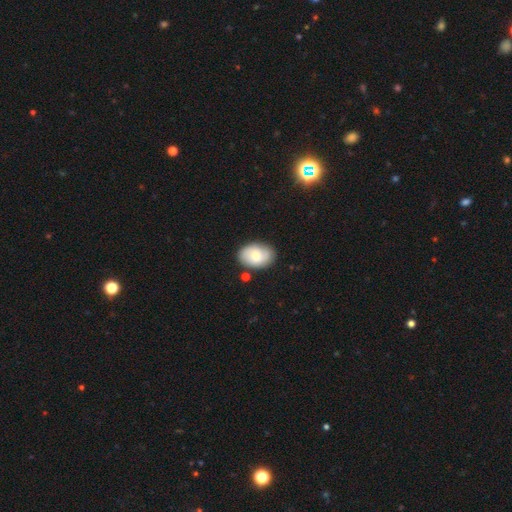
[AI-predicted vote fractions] Smooth or featured? smooth (70%)
How rounded? in between (82%)
Merging? none (80%)